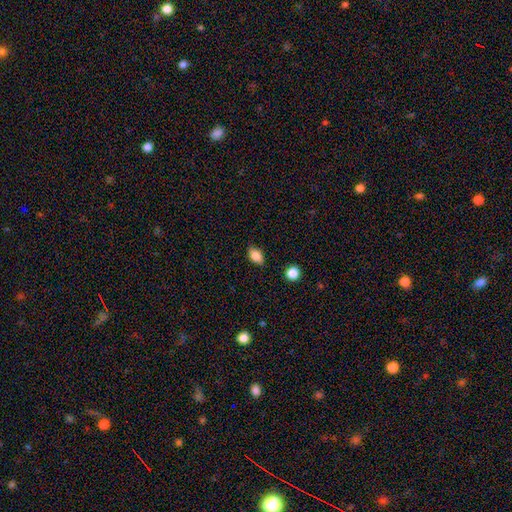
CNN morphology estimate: Smooth or featured? Predicted: smooth (p=0.85). How rounded? Predicted: in between (p=0.87). Merging? Predicted: none (p=0.84).